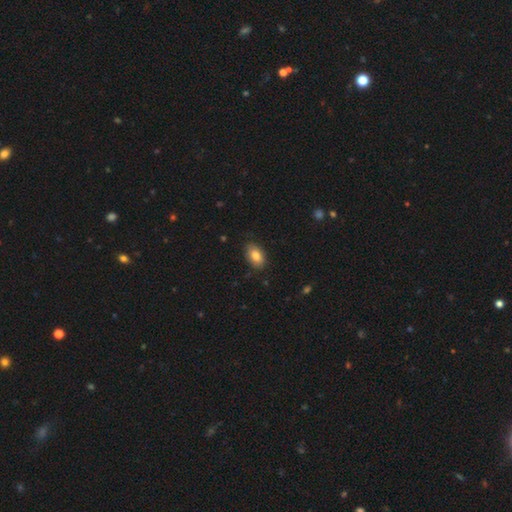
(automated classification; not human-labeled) Morphology: type=smooth (84%); roundness=in between (90%); merging=none (82%).